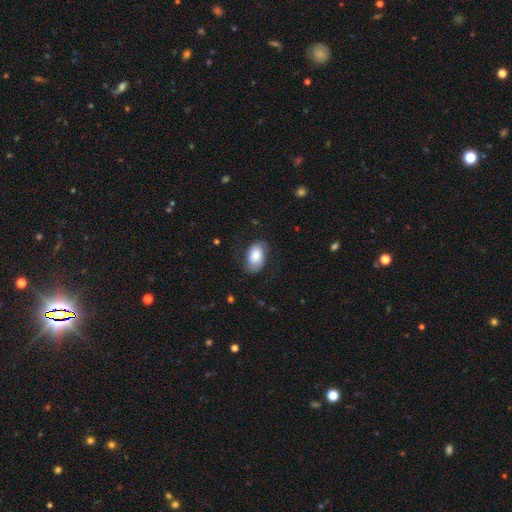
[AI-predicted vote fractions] This appears to be a smooth galaxy with no disk features (71%) that is in between round and cigar-shaped (91%). Merging: none (69%).